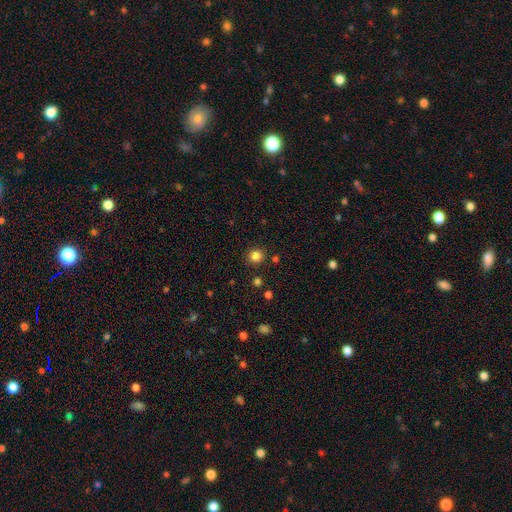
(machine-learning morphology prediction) smooth_or_featured: smooth (p=0.83) [alt: star or artifact p=0.13]
how_rounded: round (p=0.92) [alt: in between p=0.07]
merging: none (p=0.89) [alt: minor disturbance p=0.07]